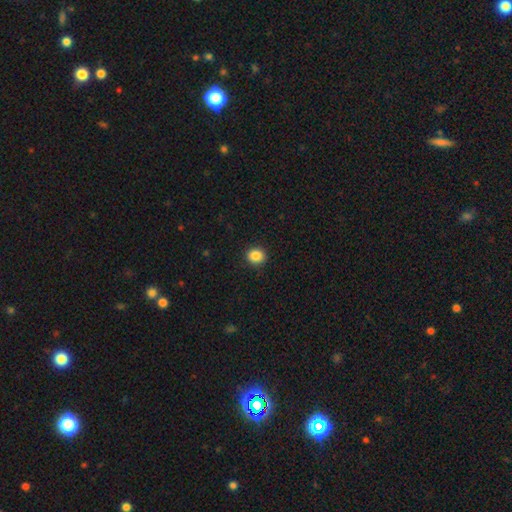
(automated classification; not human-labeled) A smooth galaxy with no disk features (86%) that is round (83%).

Vote fractions:
- Smooth or featured? smooth: 86% / star or artifact: 10% / featured or disk: 4%
- How rounded? round: 83% / in between: 16% / cigar-shaped: 1%
- Merging? none: 92% / minor disturbance: 5% / major disturbance: 2% / merger: 1%